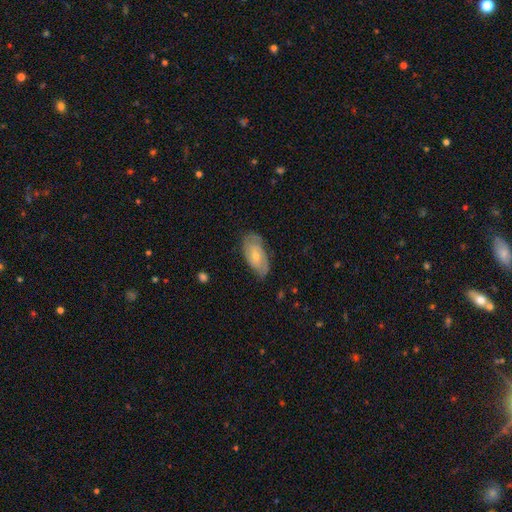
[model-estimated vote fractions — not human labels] A featured or disk galaxy (63%) with no bar (73%), spiral arms (82%) and a small central bulge (56%). Merging: none (75%).